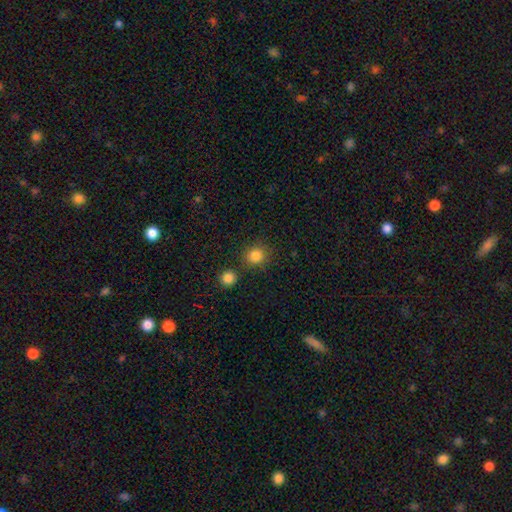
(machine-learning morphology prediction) smooth 84%, star or artifact 12%, featured or disk 4%. Down the decision tree: how rounded — round (84%); merging — none (79%).